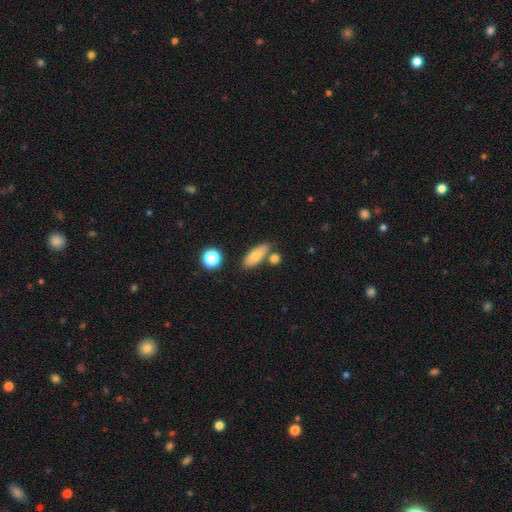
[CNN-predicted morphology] Smooth or featured: smooth — 78% (featured or disk — 14%)
How rounded: in between — 78% (cigar-shaped — 18%)
Merging: none — 70% (merger — 13%)